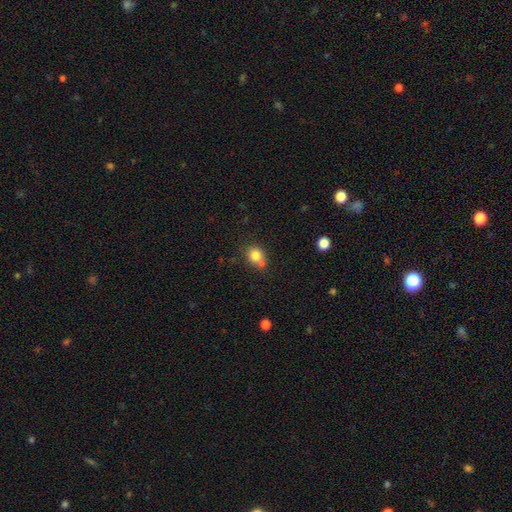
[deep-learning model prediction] This appears to be a smooth galaxy with no disk features (80%) that is round (70%). Merging: none (57%).